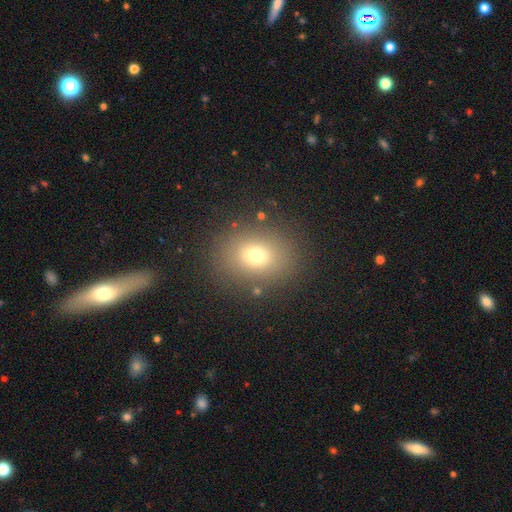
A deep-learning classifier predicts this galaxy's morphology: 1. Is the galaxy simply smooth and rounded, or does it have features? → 71% smooth, 17% star or artifact, 13% featured or disk.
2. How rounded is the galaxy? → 51% round, 48% in between, 1% cigar-shaped.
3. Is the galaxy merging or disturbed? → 85% none, 9% minor disturbance, 4% major disturbance, 2% merger.